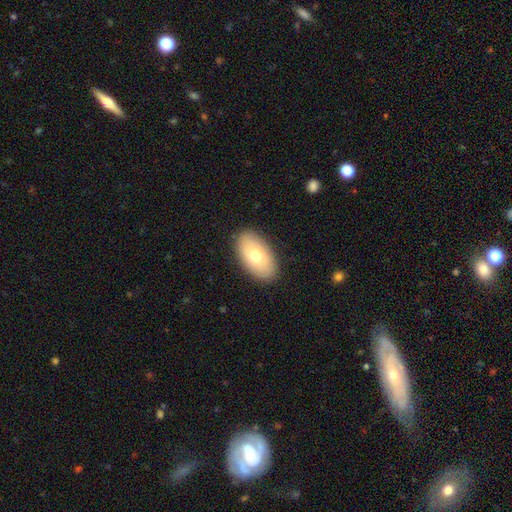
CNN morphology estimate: The model was most divided on "smooth or featured": smooth: 70%, featured or disk: 23%, star or artifact: 7%. More confident: how rounded — in between (94%); merging — none (88%).